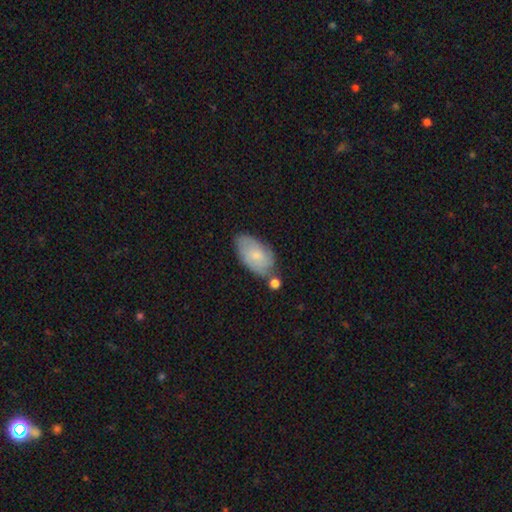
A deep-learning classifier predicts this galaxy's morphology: type=smooth (62%); roundness=in between (93%); merging=none (56%).